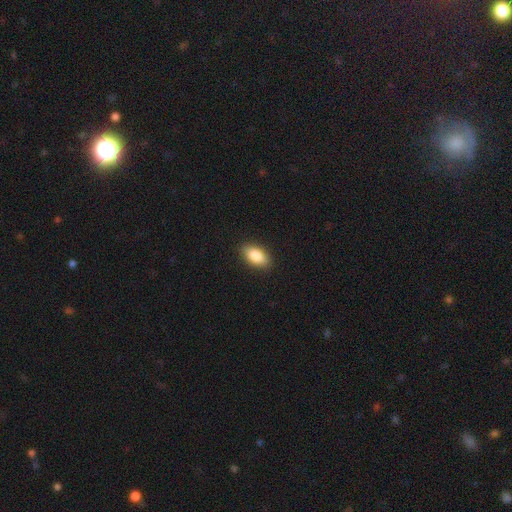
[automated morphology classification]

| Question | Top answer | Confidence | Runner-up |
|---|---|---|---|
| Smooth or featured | smooth | 86% | star or artifact (7%) |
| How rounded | in between | 91% | round (5%) |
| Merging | none | 89% | minor disturbance (9%) |